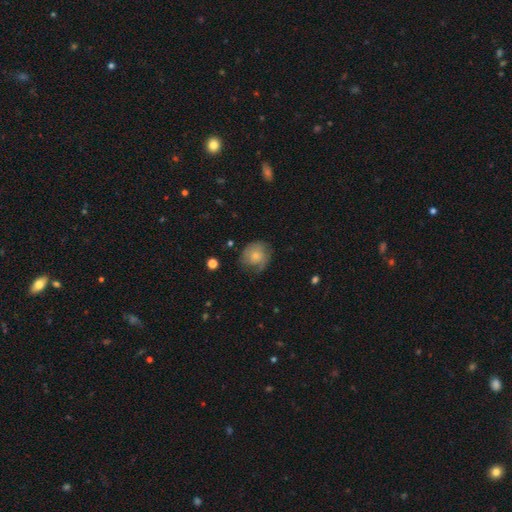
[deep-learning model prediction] smooth_or_featured: smooth (p=0.50) [alt: featured or disk p=0.42]
how_rounded: round (p=0.78) [alt: in between p=0.21]
merging: none (p=0.57) [alt: minor disturbance p=0.27]